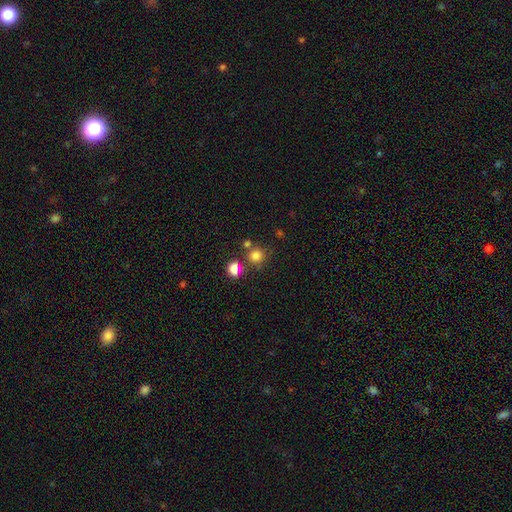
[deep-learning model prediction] A smooth galaxy with no disk features (77%) that is round (90%). Merging: none (72%).